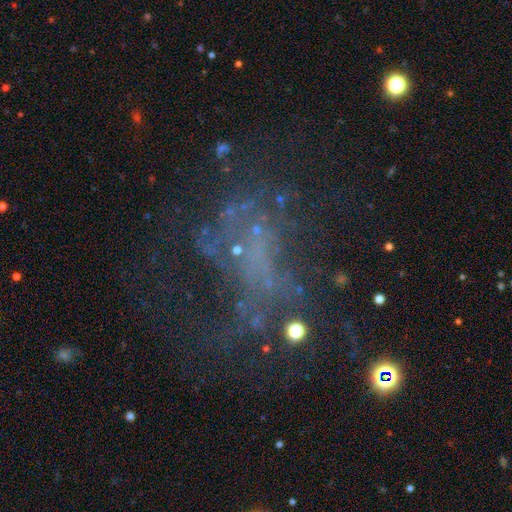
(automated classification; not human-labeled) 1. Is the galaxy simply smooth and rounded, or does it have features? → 49% featured or disk, 34% star or artifact, 17% smooth.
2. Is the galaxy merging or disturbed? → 41% major disturbance, 39% none, 14% minor disturbance, 6% merger.